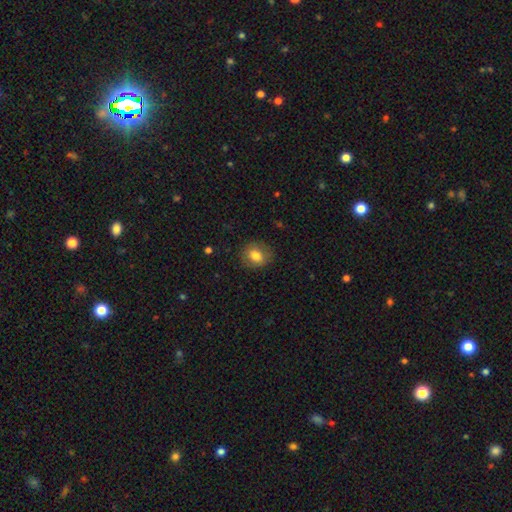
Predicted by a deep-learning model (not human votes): This appears to be a smooth galaxy with no disk features (77%) that is round (68%). Merging: none (81%).